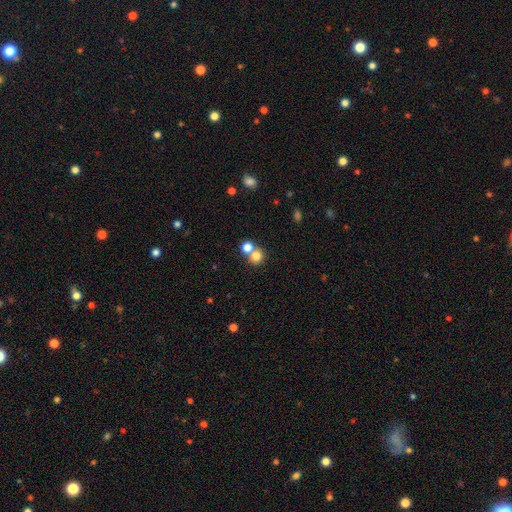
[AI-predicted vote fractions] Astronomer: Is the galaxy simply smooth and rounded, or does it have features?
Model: smooth — 77%.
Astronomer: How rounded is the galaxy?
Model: round — 82%.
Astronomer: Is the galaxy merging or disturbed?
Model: none — 48% (runner-up: merger, 43%).